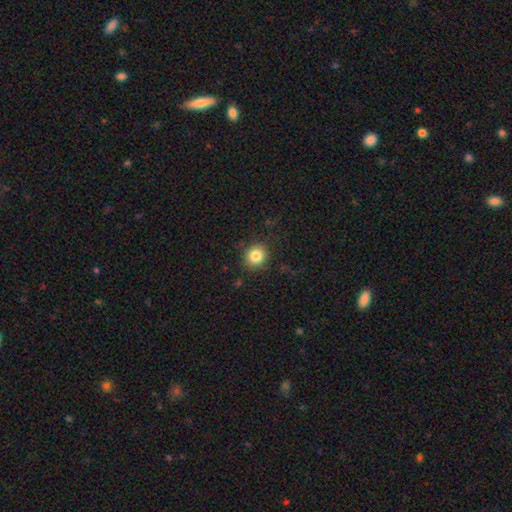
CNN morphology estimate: A smooth galaxy with no disk features (84%) that is round (87%).

Vote fractions:
- Smooth or featured? smooth: 84% / star or artifact: 10% / featured or disk: 6%
- How rounded? round: 87% / in between: 12% / cigar-shaped: 1%
- Merging? none: 86% / minor disturbance: 9% / major disturbance: 3% / merger: 1%